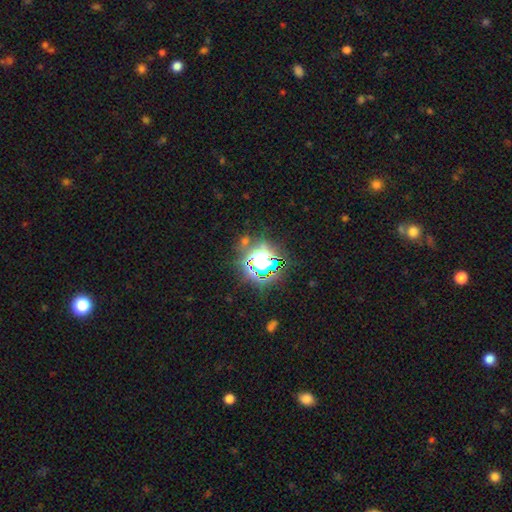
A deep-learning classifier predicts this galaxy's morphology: smooth-or-featured: star or artifact: 78% | smooth: 14% | featured or disk: 8%